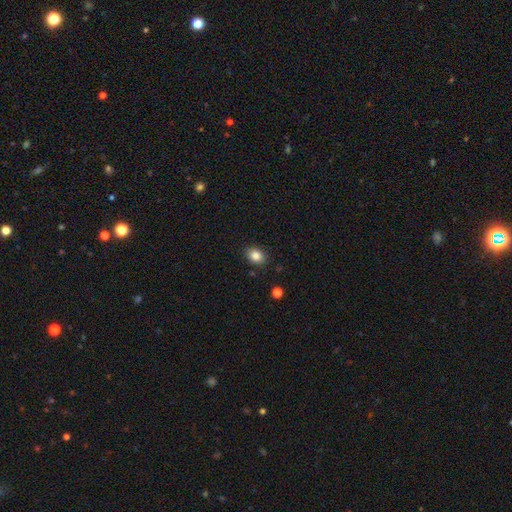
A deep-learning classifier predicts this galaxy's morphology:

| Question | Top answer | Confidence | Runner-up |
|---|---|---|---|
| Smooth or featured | smooth | 84% | star or artifact (10%) |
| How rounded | in between | 61% | round (38%) |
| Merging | none | 87% | minor disturbance (9%) |